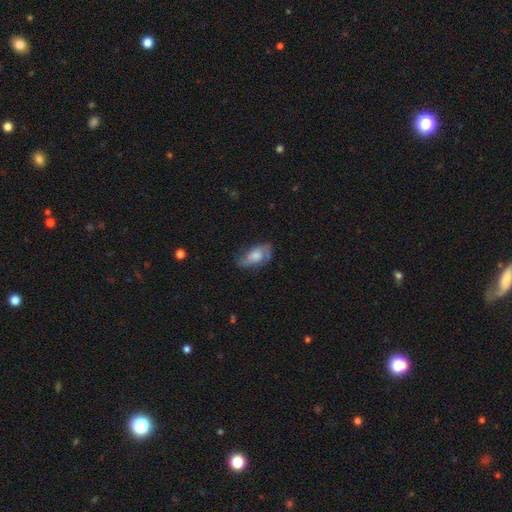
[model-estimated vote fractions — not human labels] This appears to be a smooth galaxy with no disk features (49%). Merging: none (60%).